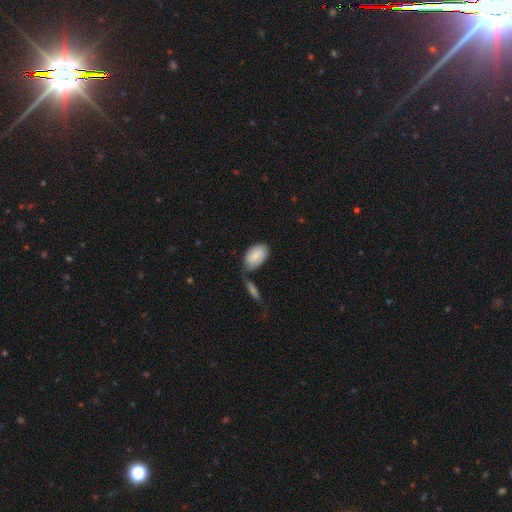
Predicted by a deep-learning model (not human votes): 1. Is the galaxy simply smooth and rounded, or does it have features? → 81% smooth, 13% featured or disk, 6% star or artifact.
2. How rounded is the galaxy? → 93% in between, 5% round, 2% cigar-shaped.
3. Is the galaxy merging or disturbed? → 46% none, 25% merger, 22% minor disturbance, 7% major disturbance.